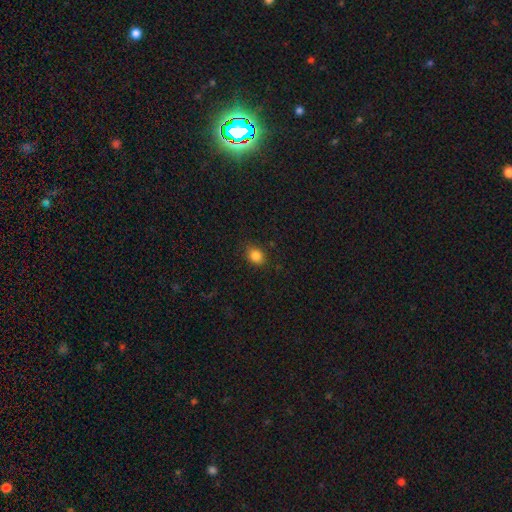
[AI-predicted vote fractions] Overall: smooth (84%). How rounded: in between (52%; round 47%). Merging: none (84%).